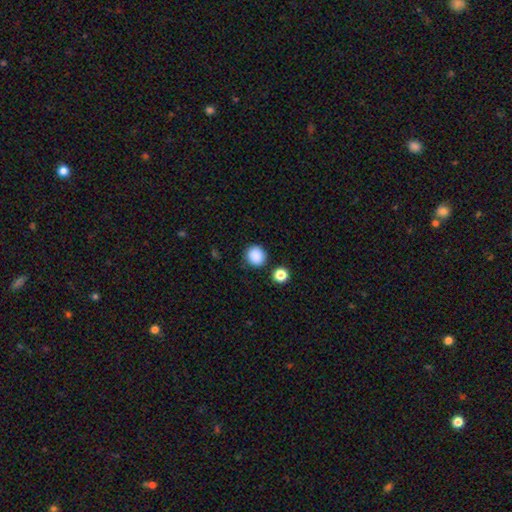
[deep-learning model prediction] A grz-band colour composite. It shows a smooth galaxy with no disk features (88%) that is round (86%). Merging: none (85%).